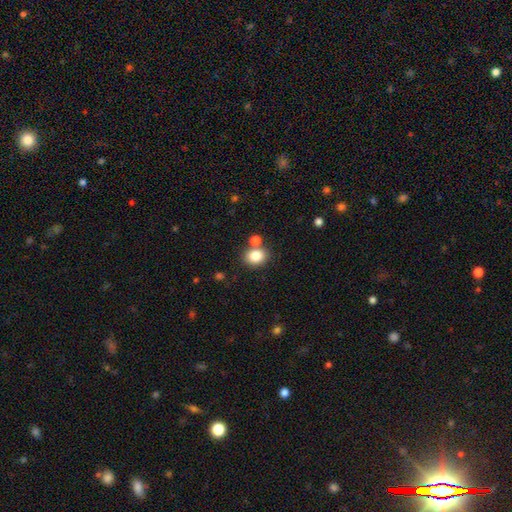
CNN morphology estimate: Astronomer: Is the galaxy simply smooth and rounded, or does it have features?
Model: smooth — 83%.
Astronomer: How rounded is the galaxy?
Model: round — 53% (runner-up: in between, 46%).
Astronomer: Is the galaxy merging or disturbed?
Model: none — 69%.